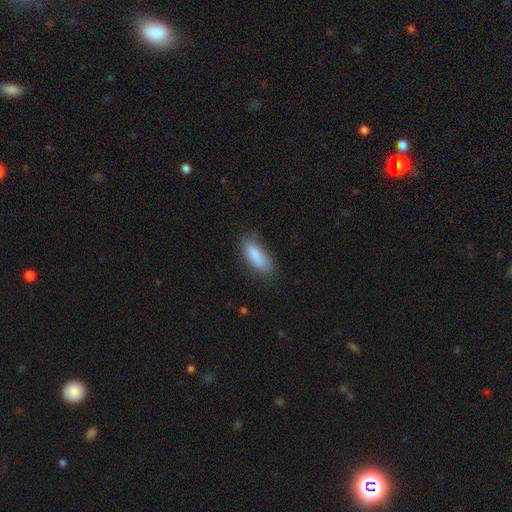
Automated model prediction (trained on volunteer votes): smooth_or_featured: smooth (p=0.87) [alt: star or artifact p=0.07]
how_rounded: in between (p=0.72) [alt: cigar-shaped p=0.26]
merging: none (p=0.75) [alt: minor disturbance p=0.19]